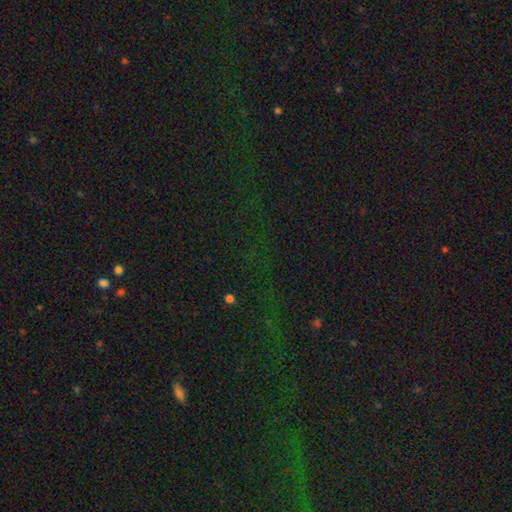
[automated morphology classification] A star or artifact, not a galaxy (78%).